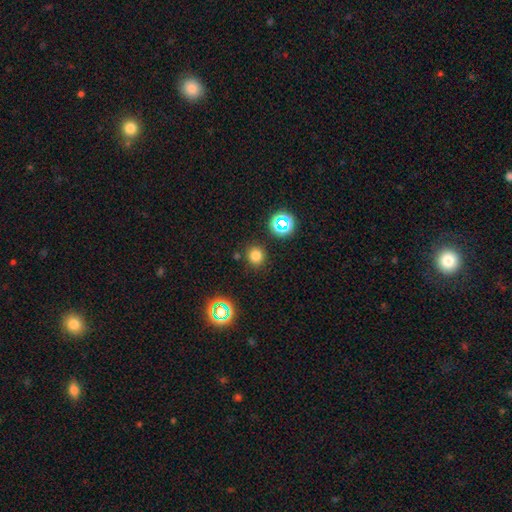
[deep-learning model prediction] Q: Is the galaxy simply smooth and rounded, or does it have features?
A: smooth — 75%.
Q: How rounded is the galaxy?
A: round — 90%.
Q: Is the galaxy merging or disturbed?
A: none — 86%.